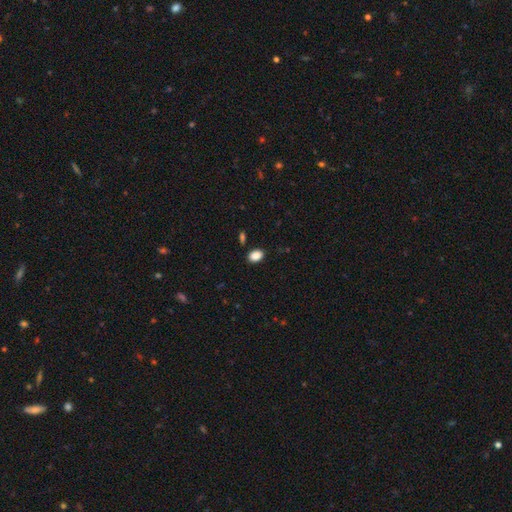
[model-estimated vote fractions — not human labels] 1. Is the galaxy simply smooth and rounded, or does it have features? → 88% smooth, 9% star or artifact, 3% featured or disk.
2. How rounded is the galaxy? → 80% in between, 18% round, 1% cigar-shaped.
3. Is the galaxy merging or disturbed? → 86% none, 9% minor disturbance, 3% merger, 2% major disturbance.